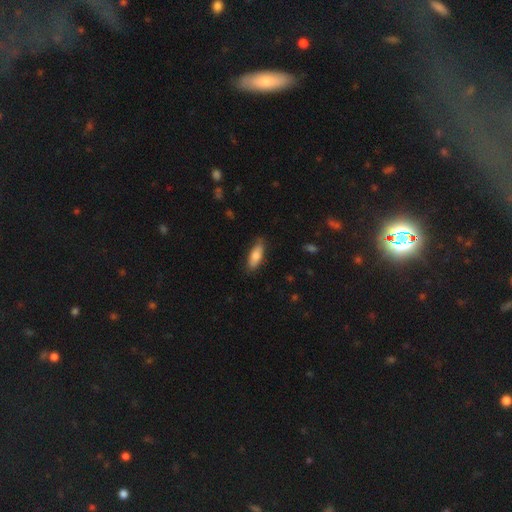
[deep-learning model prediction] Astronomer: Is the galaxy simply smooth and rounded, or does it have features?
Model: smooth — 76%.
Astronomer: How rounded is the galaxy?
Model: in between — 65%.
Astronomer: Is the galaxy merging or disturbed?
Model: none — 80%.